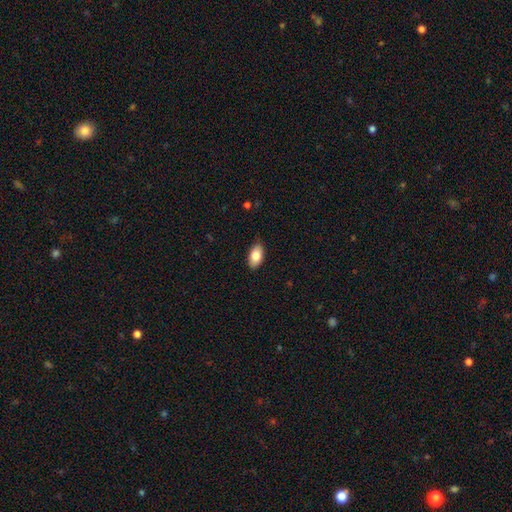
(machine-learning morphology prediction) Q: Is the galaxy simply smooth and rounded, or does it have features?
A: smooth — 83%.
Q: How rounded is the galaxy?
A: in between — 93%.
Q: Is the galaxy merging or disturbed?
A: none — 85%.